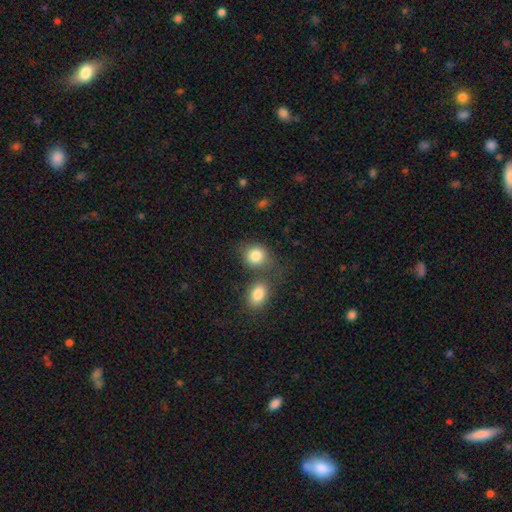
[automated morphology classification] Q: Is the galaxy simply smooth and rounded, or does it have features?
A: smooth — 84%.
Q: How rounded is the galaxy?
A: round — 66%.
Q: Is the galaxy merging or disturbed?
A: none — 51%.